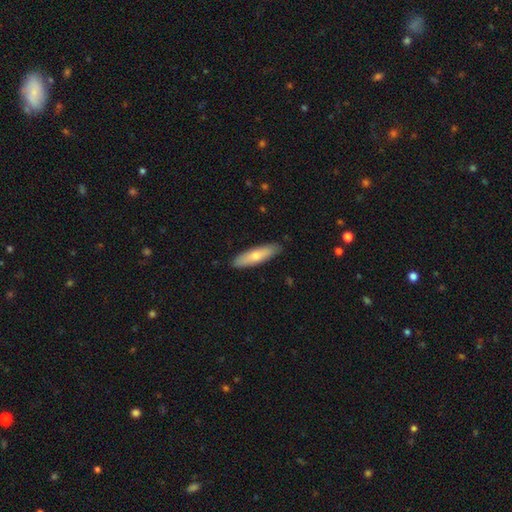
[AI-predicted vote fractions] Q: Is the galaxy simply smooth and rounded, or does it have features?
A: smooth — 66%.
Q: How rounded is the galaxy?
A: cigar-shaped — 68%.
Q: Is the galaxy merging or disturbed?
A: none — 88%.